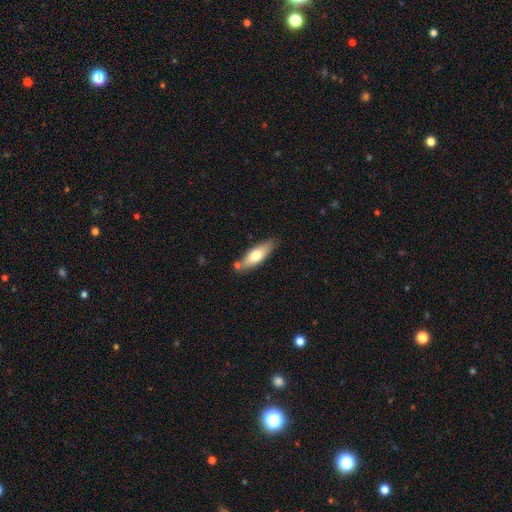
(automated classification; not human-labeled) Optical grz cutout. It shows a smooth galaxy with no disk features (67%) that is in between round and cigar-shaped (54%). Merging: none (75%).